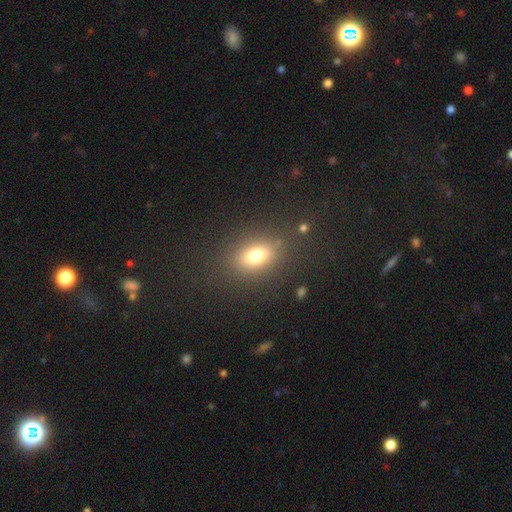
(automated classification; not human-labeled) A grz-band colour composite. It shows a smooth galaxy with no disk features (74%) that is in between round and cigar-shaped (69%). Merging: none (83%).